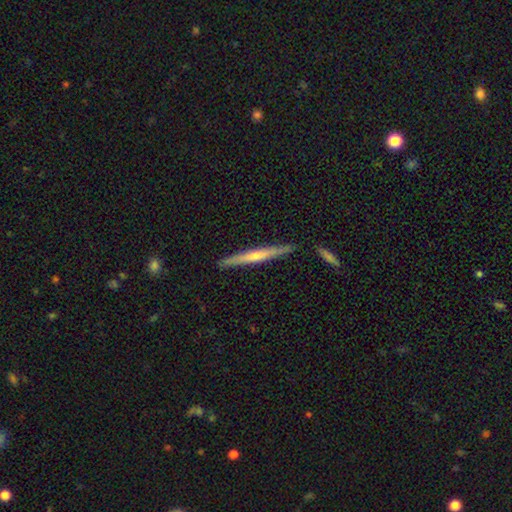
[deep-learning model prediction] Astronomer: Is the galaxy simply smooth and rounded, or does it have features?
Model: featured or disk — 56% (runner-up: smooth, 38%).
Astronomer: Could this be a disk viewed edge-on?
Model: yes — 97%.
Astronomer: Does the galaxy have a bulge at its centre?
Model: rounded — 48% (runner-up: none, 44%).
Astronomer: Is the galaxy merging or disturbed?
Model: none — 88%.